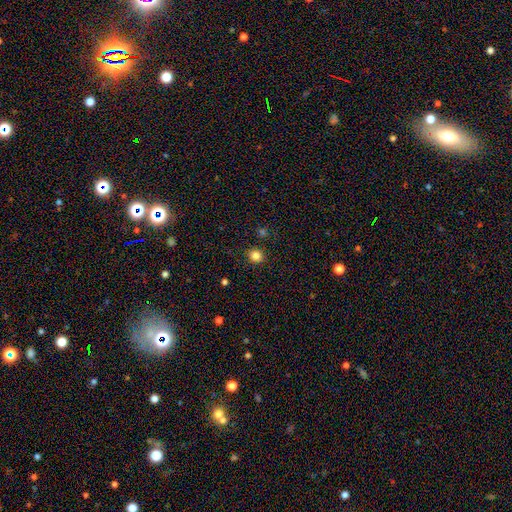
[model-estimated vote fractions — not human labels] A smooth galaxy with no disk features (84%) that is round (86%). Merging: none (90%).